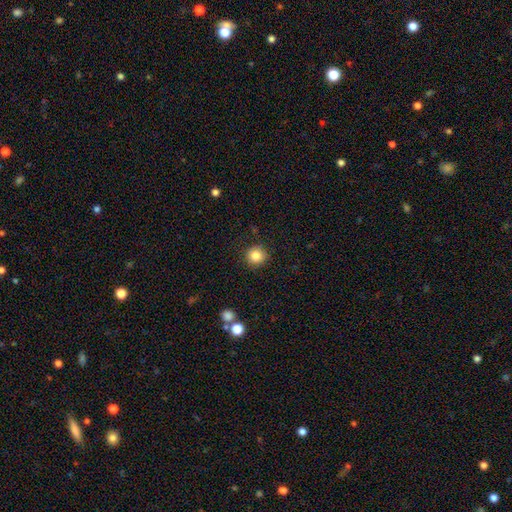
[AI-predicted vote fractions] smooth 85%, star or artifact 10%, featured or disk 5%. Down the decision tree: how rounded — round (93%); merging — none (90%).